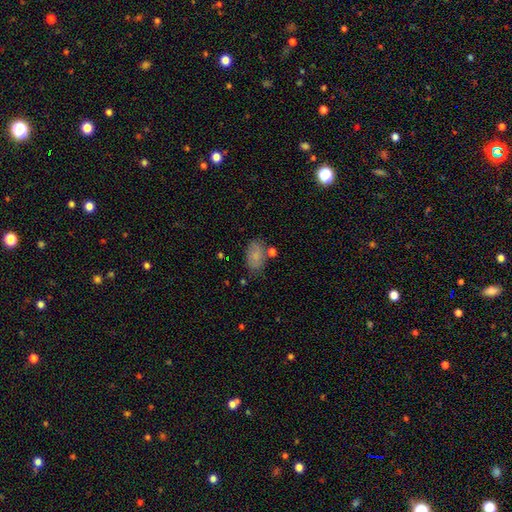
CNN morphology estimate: smooth_or_featured: smooth (p=0.79) [alt: featured or disk p=0.12]
how_rounded: in between (p=0.89) [alt: round p=0.09]
merging: none (p=0.66) [alt: minor disturbance p=0.20]